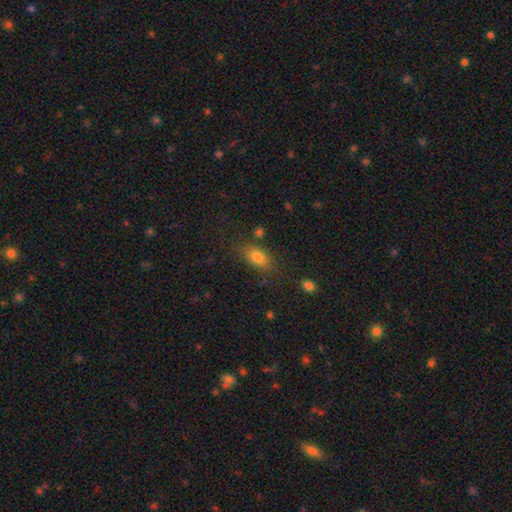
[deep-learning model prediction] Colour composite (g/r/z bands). It shows a smooth galaxy with no disk features (76%) that is in between round and cigar-shaped (80%). Merging: none (78%).